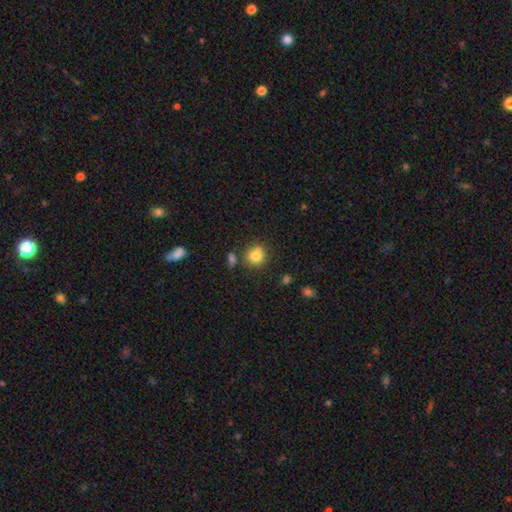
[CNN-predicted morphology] This is likely a smooth galaxy (79%). How rounded: clearly round (82%). Merging: likely none (66%).